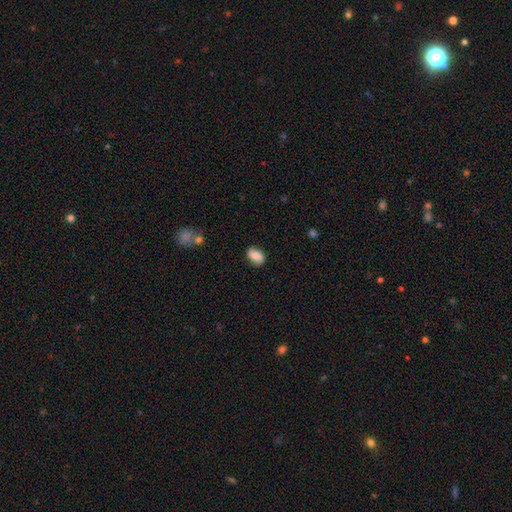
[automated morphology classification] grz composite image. It shows a smooth galaxy with no disk features (80%) that is in between round and cigar-shaped (85%). Merging: none (75%).